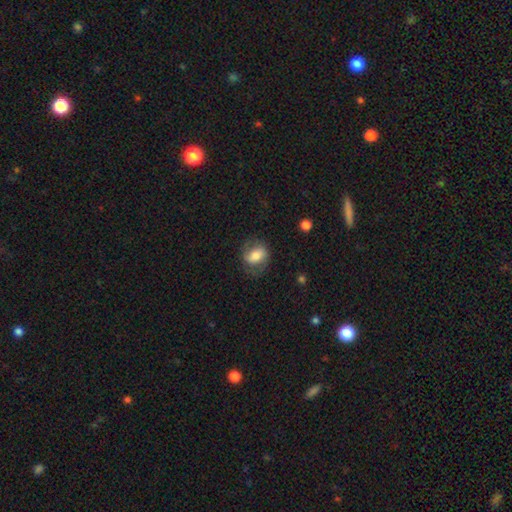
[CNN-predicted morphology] Smooth or featured?
  - smooth: 61% *
  - featured or disk: 32%
  - star or artifact: 7%
How rounded?
  - in between: 64% *
  - round: 34%
  - cigar-shaped: 2%
Merging?
  - none: 67% *
  - minor disturbance: 20%
  - major disturbance: 12%
  - merger: 1%